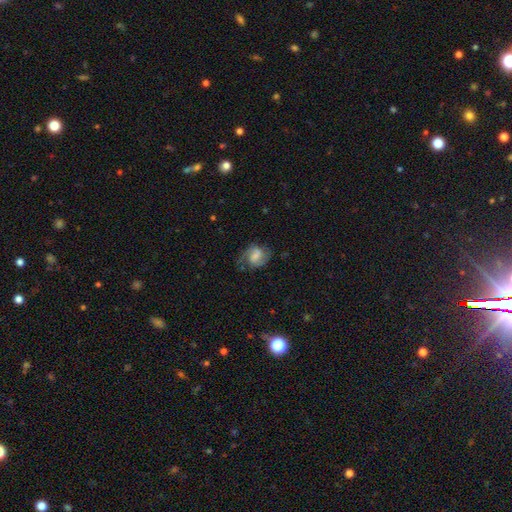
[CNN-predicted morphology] smooth_or_featured: featured or disk (p=0.68) [alt: smooth p=0.24]
disk_edge_on: no (p=0.97) [alt: yes p=0.03]
bar: weak (p=0.51) [alt: strong p=0.27]
has_spiral_arms: yes (p=0.92) [alt: no p=0.08]
spiral_winding: medium (p=0.51) [alt: loose p=0.27]
spiral_arm_count: 2 (p=0.86) [alt: can't tell p=0.06]
bulge_size: small (p=0.30) [alt: moderate p=0.29]
merging: none (p=0.66) [alt: minor disturbance p=0.21]